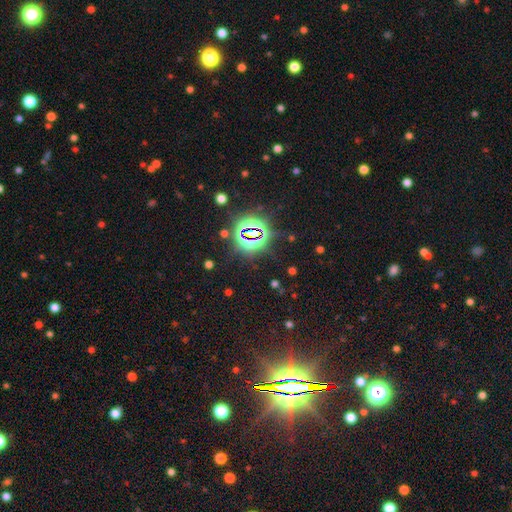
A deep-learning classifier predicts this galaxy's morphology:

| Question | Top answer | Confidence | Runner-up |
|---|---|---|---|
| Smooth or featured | star or artifact | 86% | smooth (7%) |